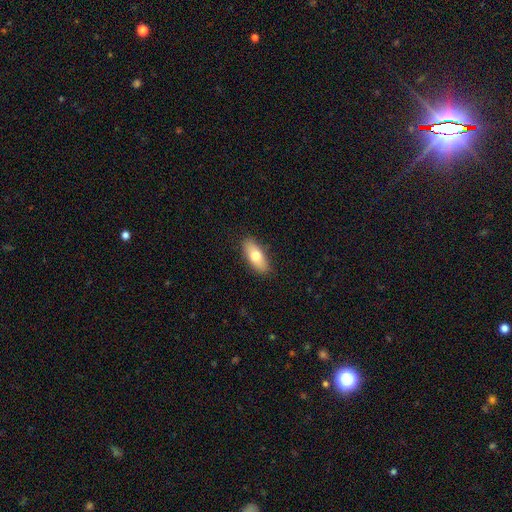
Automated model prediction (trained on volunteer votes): Smooth or featured? Predicted: smooth (p=0.71). How rounded? Predicted: in between (p=0.78). Merging? Predicted: none (p=0.87).